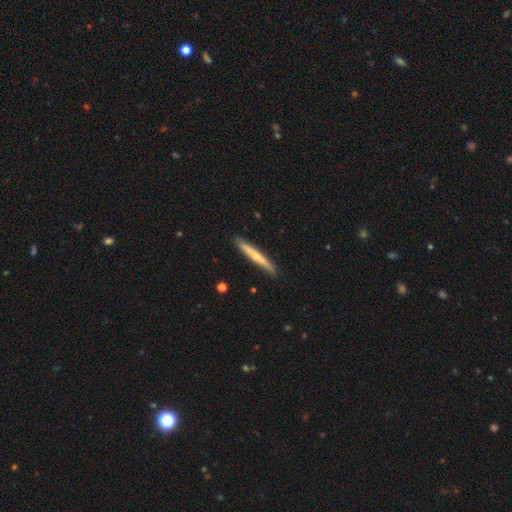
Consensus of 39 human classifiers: smooth_or_featured: featured or disk (p=0.59) [alt: smooth p=0.31]
disk_edge_on: yes (p=0.87) [alt: no p=0.13]
edge_on_bulge: rounded (p=0.65) [alt: none p=0.30]
merging: none (p=0.94) [alt: minor disturbance p=0.06]